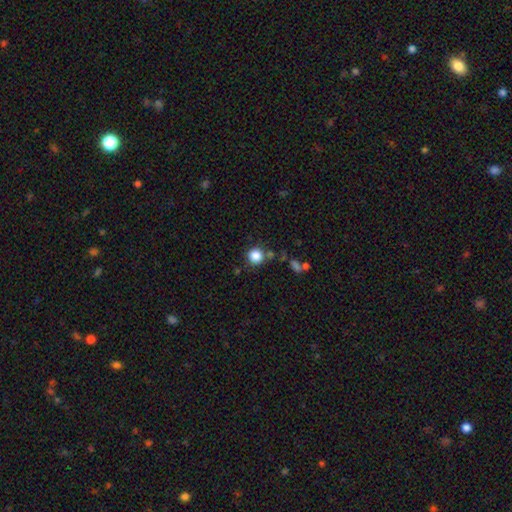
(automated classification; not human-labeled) Smooth or featured? Predicted: smooth (p=0.85). How rounded? Predicted: round (p=0.93). Merging? Predicted: none (p=0.77).